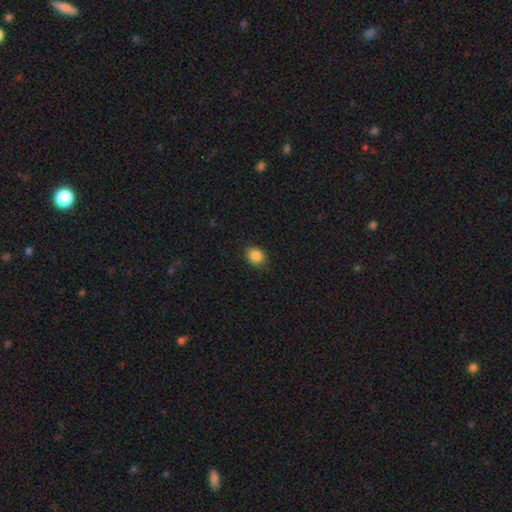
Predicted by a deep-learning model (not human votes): This is clearly a smooth galaxy (86%). How rounded: likely round (61%). Merging: clearly none (84%).